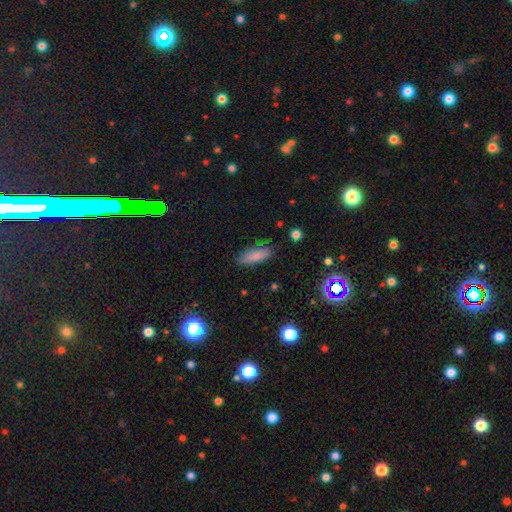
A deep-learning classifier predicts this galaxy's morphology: Smooth or featured? Predicted: smooth (p=0.83). How rounded? Predicted: in between (p=0.64). Merging? Predicted: none (p=0.80).